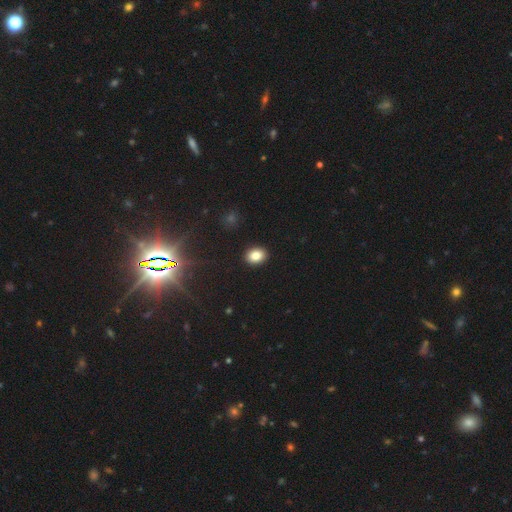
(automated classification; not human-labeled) smooth-or-featured: smooth: 84% | star or artifact: 10% | featured or disk: 6%
  how-rounded: in between: 56% | round: 43% | cigar-shaped: 1%
  merging: none: 91% | minor disturbance: 6% | major disturbance: 2% | merger: 1%